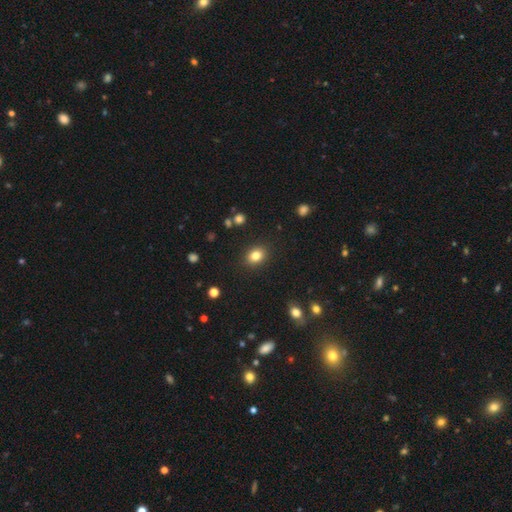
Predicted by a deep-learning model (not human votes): Q: Smooth or featured?
A: smooth (82%); runner-up: star or artifact (12%)
Q: How rounded?
A: in between (52%); runner-up: round (47%)
Q: Merging?
A: none (87%); runner-up: minor disturbance (8%)